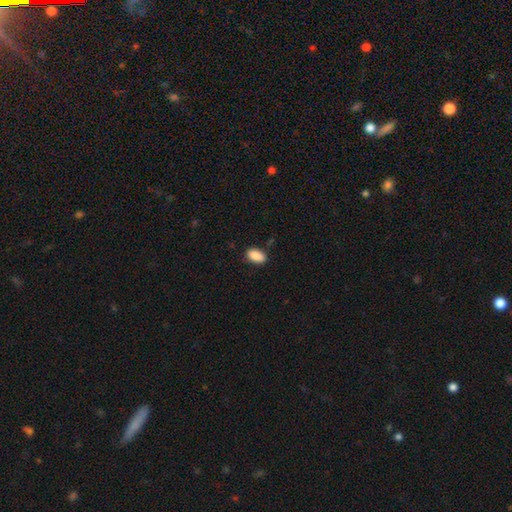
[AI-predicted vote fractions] smooth-or-featured: smooth: 89% | star or artifact: 7% | featured or disk: 3%
  how-rounded: in between: 92% | round: 4% | cigar-shaped: 4%
  merging: none: 82% | minor disturbance: 14% | major disturbance: 2% | merger: 2%